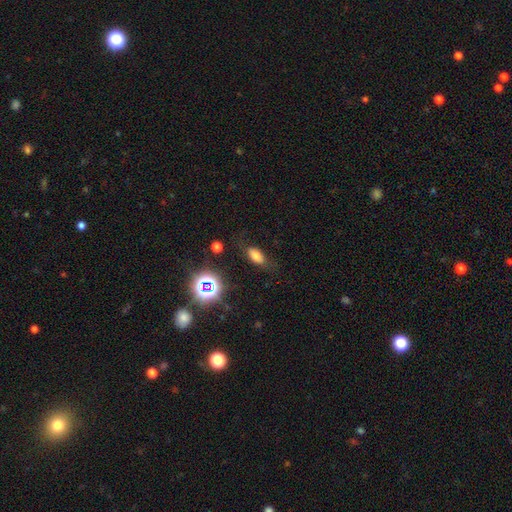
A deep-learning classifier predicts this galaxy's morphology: This appears to be a smooth galaxy with no disk features (69%) that is in between round and cigar-shaped (84%). Merging: none (73%).